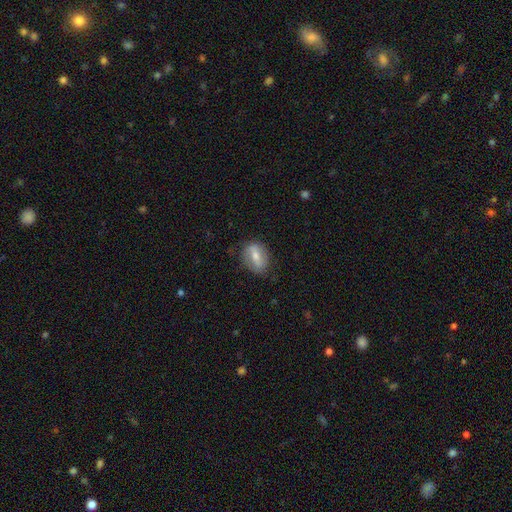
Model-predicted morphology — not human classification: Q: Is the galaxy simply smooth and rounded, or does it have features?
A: smooth — 51%.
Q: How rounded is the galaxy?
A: in between — 70%.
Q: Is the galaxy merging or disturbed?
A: none — 77%.